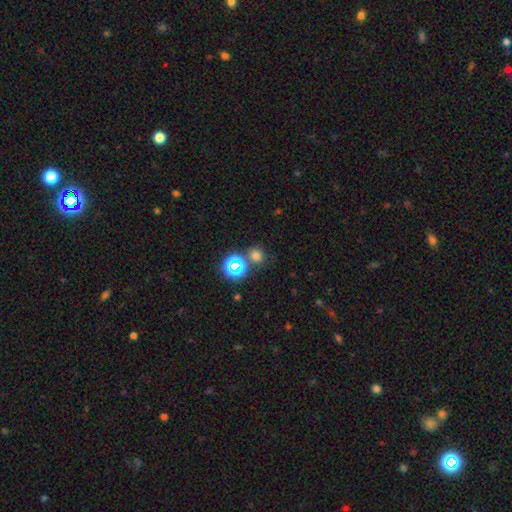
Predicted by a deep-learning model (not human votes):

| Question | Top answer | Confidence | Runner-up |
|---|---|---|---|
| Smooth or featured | smooth | 67% | star or artifact (26%) |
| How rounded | round | 86% | in between (13%) |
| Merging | none | 73% | merger (16%) |